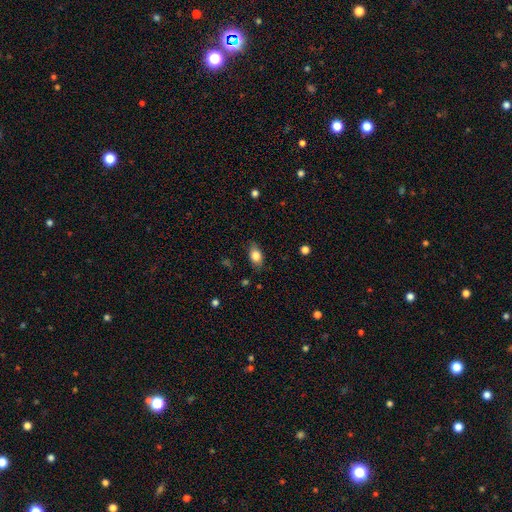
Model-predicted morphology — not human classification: Smooth or featured? smooth (80%)
How rounded? in between (83%)
Merging? none (81%)